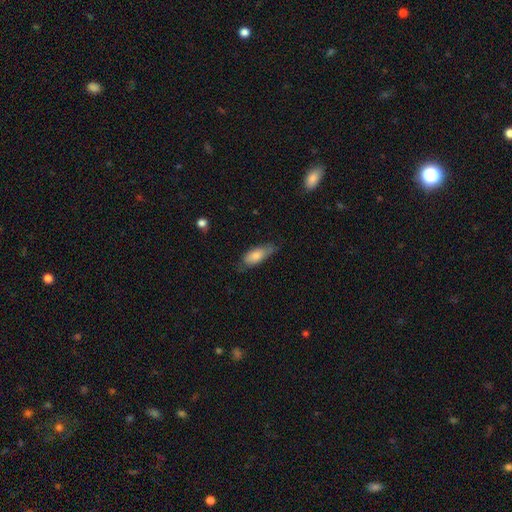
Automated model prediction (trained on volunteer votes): smooth 79%, featured or disk 15%, star or artifact 6%. Down the decision tree: how rounded — in between (76%); merging — none (60%).